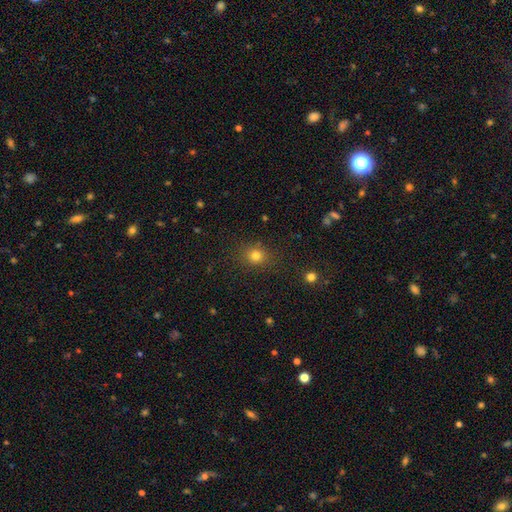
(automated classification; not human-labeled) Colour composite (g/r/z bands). It shows a smooth galaxy with no disk features (79%) that is round (74%). Merging: none (84%).